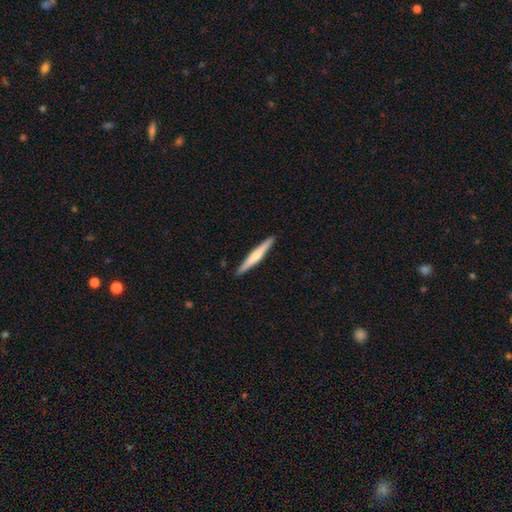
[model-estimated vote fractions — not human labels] smooth_or_featured: smooth (p=0.51) [alt: featured or disk p=0.45]
how_rounded: cigar-shaped (p=0.96) [alt: in between p=0.03]
merging: none (p=0.92) [alt: minor disturbance p=0.06]